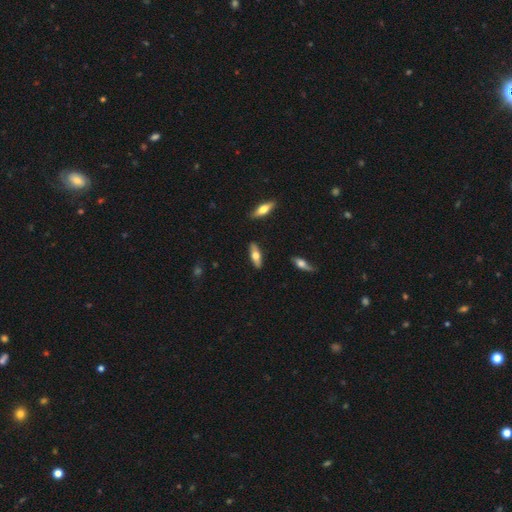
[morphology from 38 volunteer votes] featured or disk 53%, smooth 39%, star or artifact 8%. Down the decision tree: edge-on disk — yes (85%); edge-on bulge — rounded (82%); merging — none (89%).